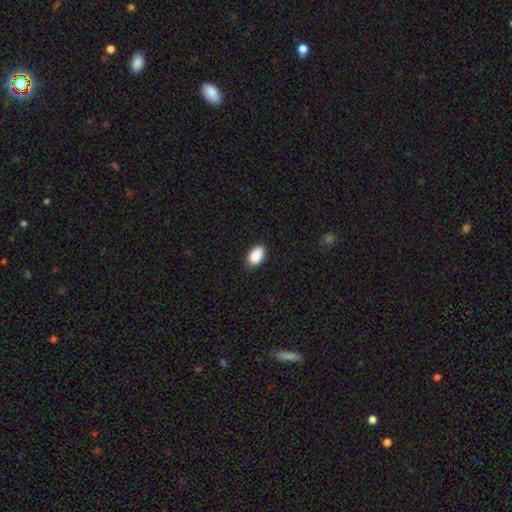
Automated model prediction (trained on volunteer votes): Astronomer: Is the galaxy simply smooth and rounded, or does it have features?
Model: smooth — 90%.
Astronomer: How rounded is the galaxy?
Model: in between — 92%.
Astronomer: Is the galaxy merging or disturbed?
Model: none — 83%.